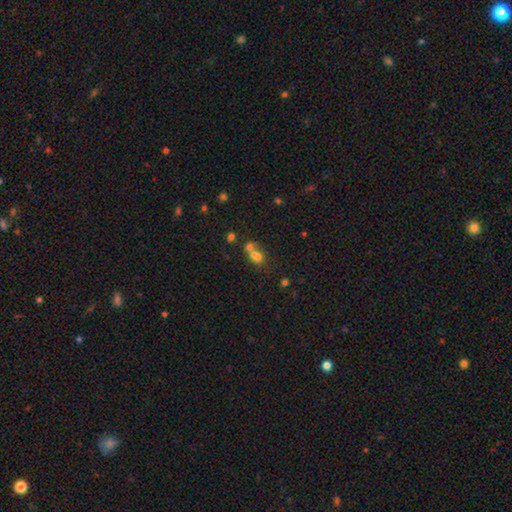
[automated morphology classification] Smooth or featured? smooth (70%)
How rounded? in between (51%)
Merging? merger (58%)